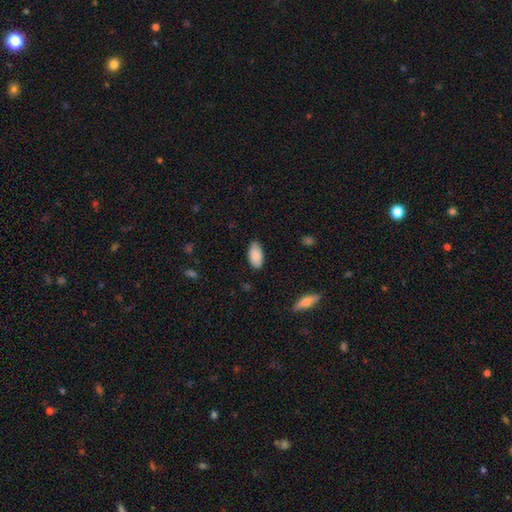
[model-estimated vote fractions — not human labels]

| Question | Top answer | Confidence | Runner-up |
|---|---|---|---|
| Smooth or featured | smooth | 85% | featured or disk (8%) |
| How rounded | in between | 95% | cigar-shaped (3%) |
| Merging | none | 81% | minor disturbance (15%) |